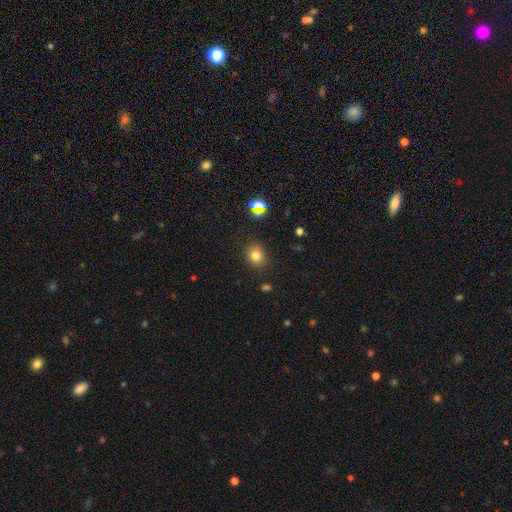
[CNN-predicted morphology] Q: Smooth or featured?
A: smooth (77%); runner-up: star or artifact (16%)
Q: How rounded?
A: round (69%); runner-up: in between (30%)
Q: Merging?
A: none (86%); runner-up: minor disturbance (10%)